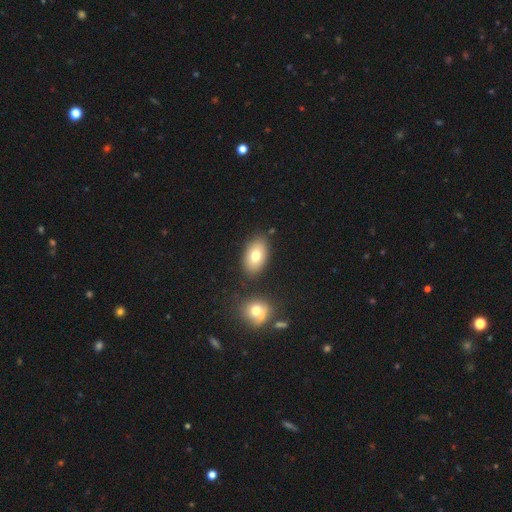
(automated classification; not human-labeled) This appears to be a smooth galaxy with no disk features (76%) that is in between round and cigar-shaped (89%). Merging: none (81%).